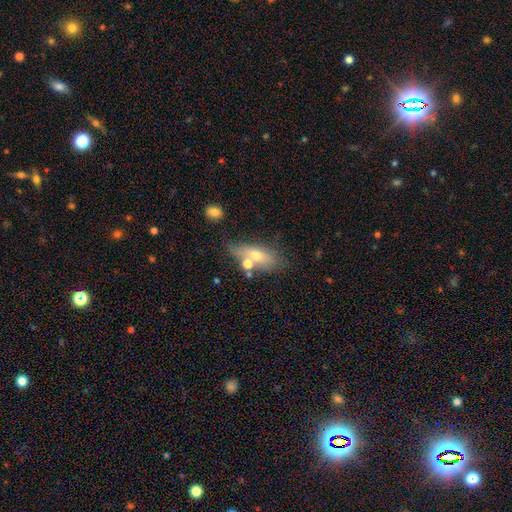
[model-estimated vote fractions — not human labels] Q: Smooth or featured?
A: smooth (58%); runner-up: featured or disk (33%)
Q: How rounded?
A: in between (67%); runner-up: cigar-shaped (25%)
Q: Merging?
A: none (54%); runner-up: merger (22%)